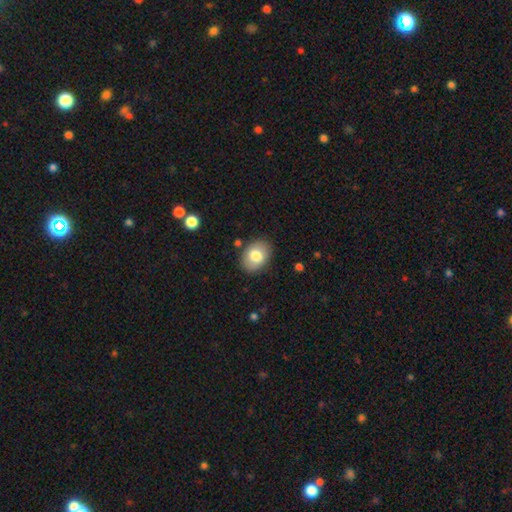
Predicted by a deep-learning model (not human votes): Q: Smooth or featured?
A: smooth (77%); runner-up: featured or disk (16%)
Q: How rounded?
A: in between (73%); runner-up: round (26%)
Q: Merging?
A: none (84%); runner-up: minor disturbance (11%)